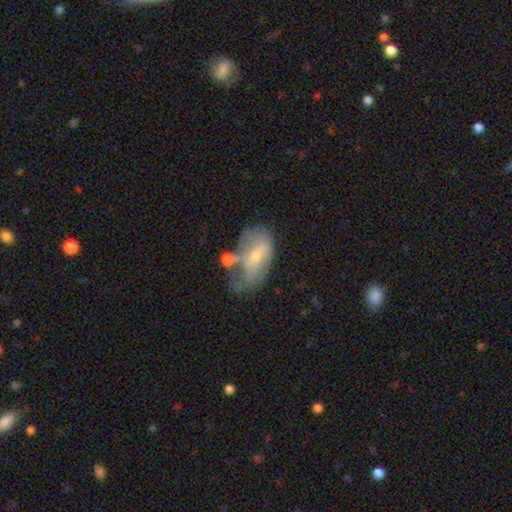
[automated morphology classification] Smooth or featured: featured or disk — 55% (smooth — 36%)
Edge-on disk: no — 92% (yes — 8%)
Bar: no — 49% (weak — 35%)
Spiral arms: no — 57% (yes — 43%)
Bulge size: small — 61% (moderate — 34%)
Merging: none — 29% (minor disturbance — 27%)